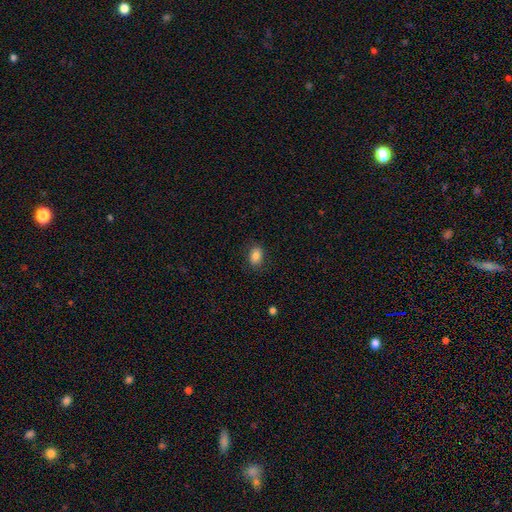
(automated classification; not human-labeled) The model was most divided on "how rounded": in between: 80%, round: 18%, cigar-shaped: 1%. More confident: merging — none (86%); smooth or featured — smooth (85%).